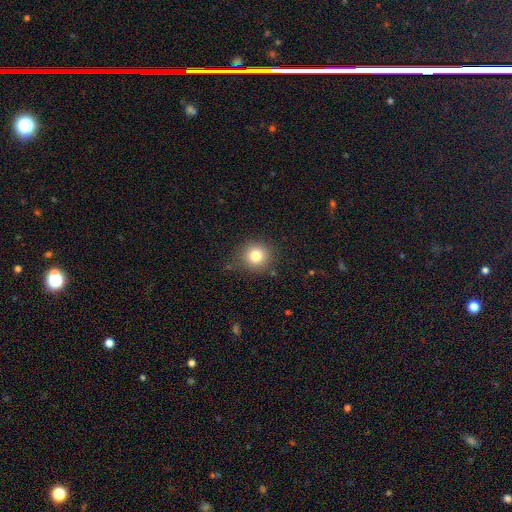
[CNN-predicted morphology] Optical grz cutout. It shows a smooth galaxy with no disk features (80%) that is round (92%). Merging: none (83%).